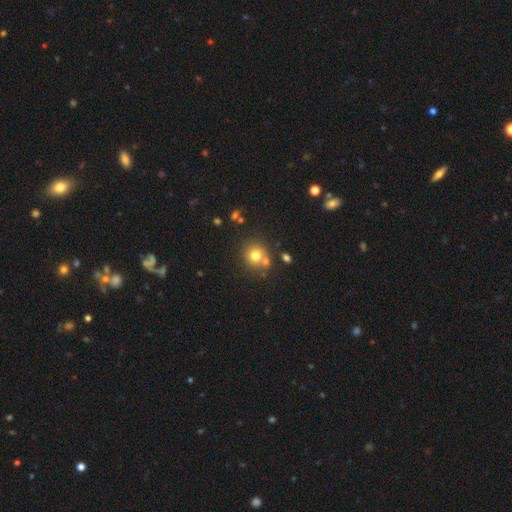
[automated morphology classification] smooth_or_featured: smooth (p=0.75) [alt: star or artifact p=0.13]
how_rounded: round (p=0.88) [alt: in between p=0.11]
merging: none (p=0.68) [alt: merger p=0.18]